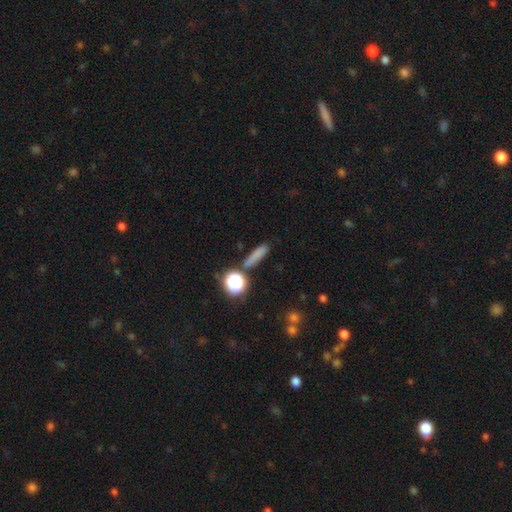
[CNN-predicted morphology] A smooth galaxy with no disk features (74%) that is cigar-shaped (72%).

Vote fractions:
- Smooth or featured? smooth: 74% / star or artifact: 16% / featured or disk: 10%
- How rounded? cigar-shaped: 72% / in between: 16% / round: 12%
- Merging? none: 82% / minor disturbance: 10% / merger: 5% / major disturbance: 3%